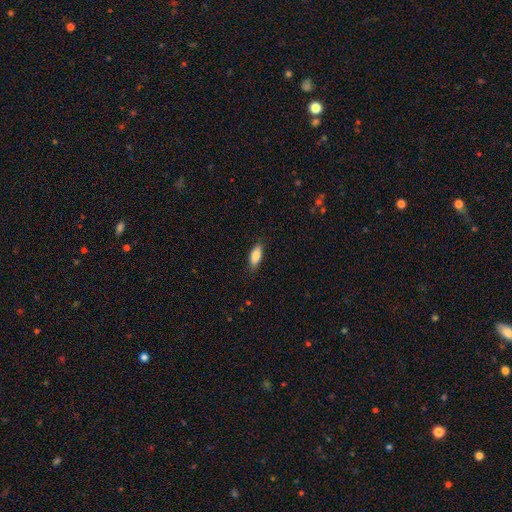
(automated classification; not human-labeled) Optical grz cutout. It shows a smooth galaxy with no disk features (84%) that is in between round and cigar-shaped (77%). Merging: none (84%).